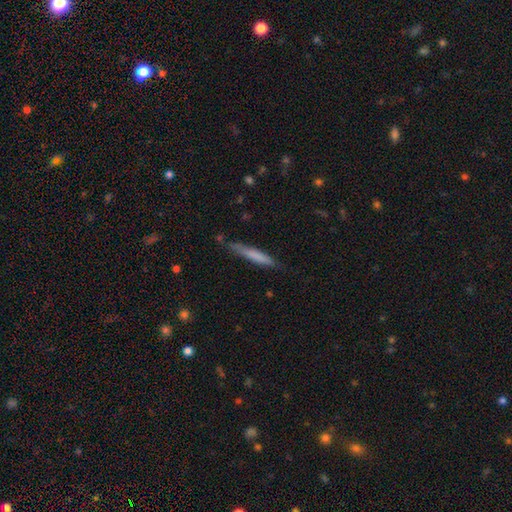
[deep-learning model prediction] This is likely a smooth galaxy (68%). How rounded: clearly cigar-shaped (94%). Merging: likely none (78%).